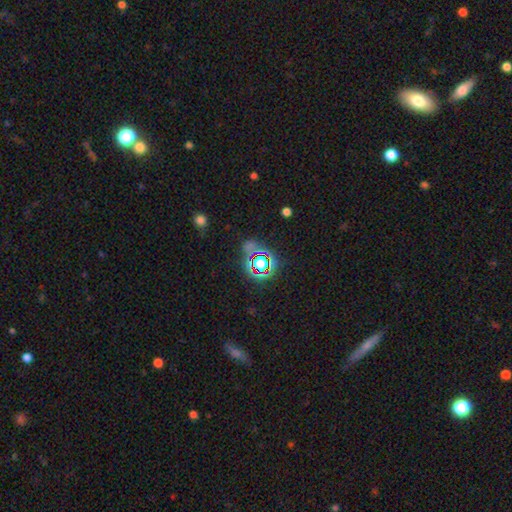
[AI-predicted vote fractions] The model was most divided on "smooth or featured": star or artifact: 68%, smooth: 20%, featured or disk: 12%.